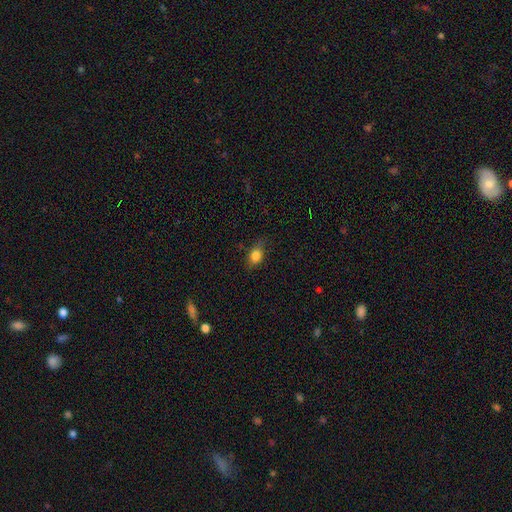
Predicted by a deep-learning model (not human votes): This appears to be a smooth galaxy with no disk features (82%) that is in between round and cigar-shaped (70%). Merging: none (76%).